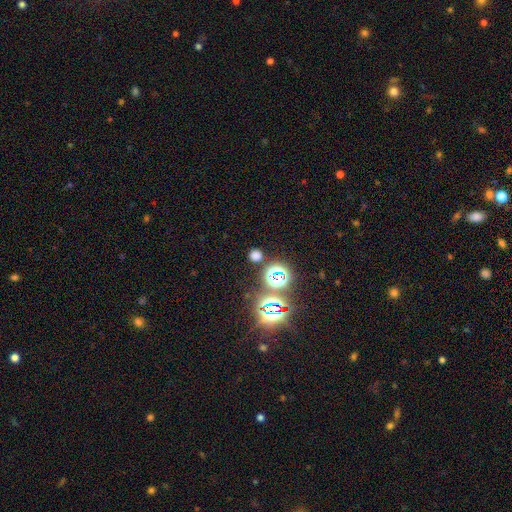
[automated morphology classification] smooth-or-featured: smooth: 54% | star or artifact: 40% | featured or disk: 6%
  how-rounded: round: 86% | in between: 12% | cigar-shaped: 1%
  merging: none: 84% | minor disturbance: 8% | merger: 5% | major disturbance: 4%